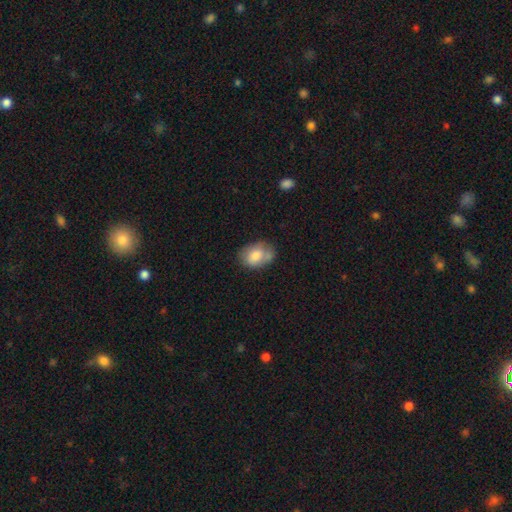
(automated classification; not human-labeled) smooth 74%, featured or disk 18%, star or artifact 7%. Down the decision tree: how rounded — in between (76%); merging — none (54%).